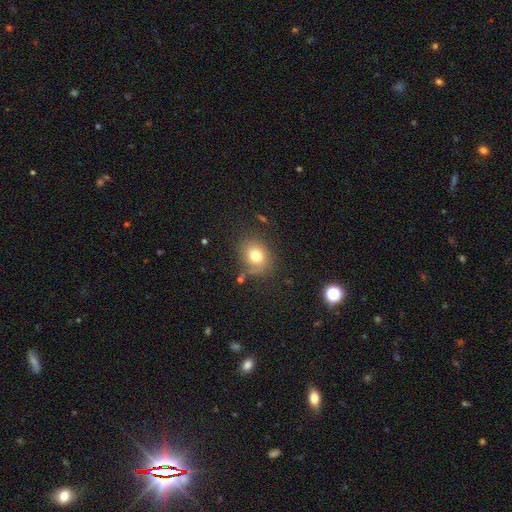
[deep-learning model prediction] Smooth or featured?
  - smooth: 75% *
  - star or artifact: 13%
  - featured or disk: 12%
How rounded?
  - round: 58% *
  - in between: 41%
  - cigar-shaped: 1%
Merging?
  - none: 72% *
  - minor disturbance: 16%
  - major disturbance: 7%
  - merger: 5%